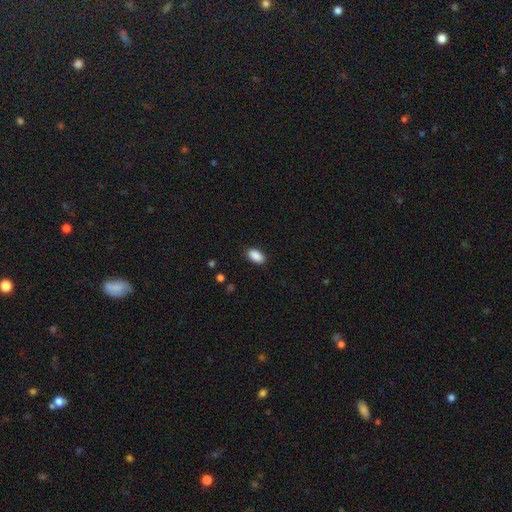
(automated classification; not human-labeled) Smooth or featured? smooth (90%)
How rounded? in between (93%)
Merging? none (87%)